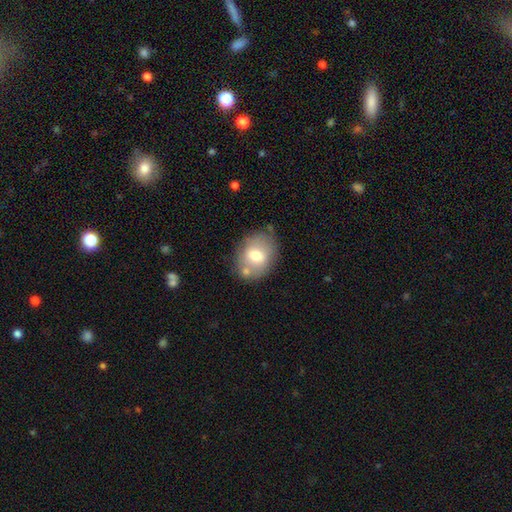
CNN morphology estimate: Smooth or featured: smooth — 67% (featured or disk — 25%)
How rounded: in between — 63% (round — 36%)
Merging: none — 71% (minor disturbance — 16%)